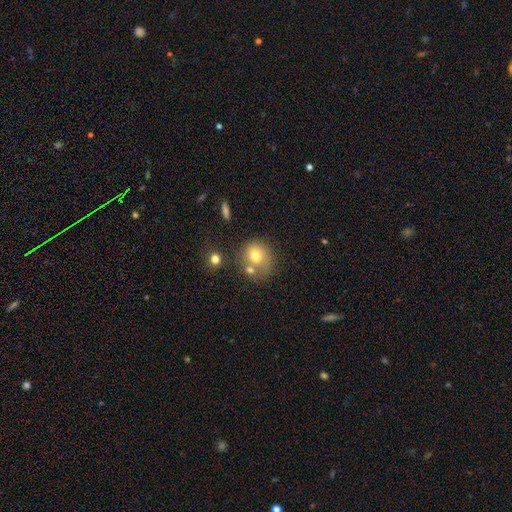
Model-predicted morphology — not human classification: Smooth or featured? Predicted: smooth (p=0.73). How rounded? Predicted: round (p=0.77). Merging? Predicted: none (p=0.49).